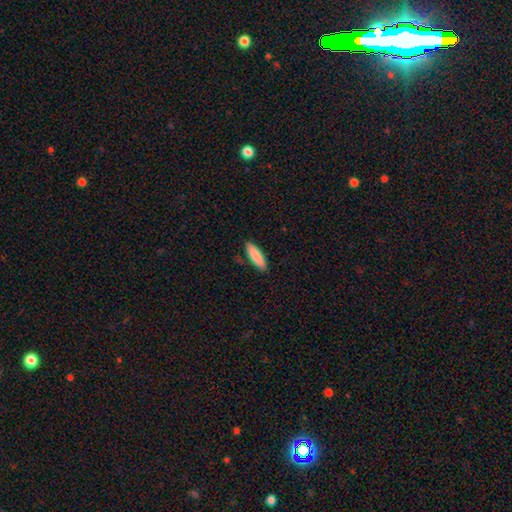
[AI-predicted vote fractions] This appears to be a smooth galaxy with no disk features (86%) that is cigar-shaped (53%). Merging: none (85%).